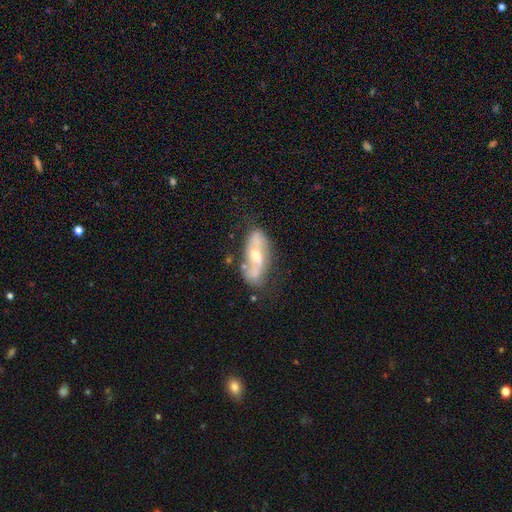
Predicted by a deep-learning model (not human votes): Smooth or featured? Predicted: featured or disk (p=0.73). Edge-on disk? Predicted: no (p=0.90). Bar? Predicted: no (p=0.49). Spiral arms? Predicted: yes (p=0.83). Spiral winding? Predicted: loose (p=0.44). Spiral arm count? Predicted: 2 (p=0.84). Bulge size? Predicted: moderate (p=0.64). Merging? Predicted: none (p=0.63).